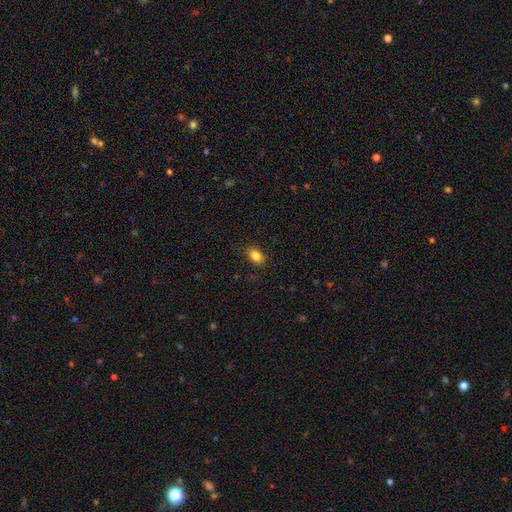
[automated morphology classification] The model was most divided on "how rounded": in between: 77%, round: 22%, cigar-shaped: 2%. More confident: merging — none (85%); smooth or featured — smooth (84%).